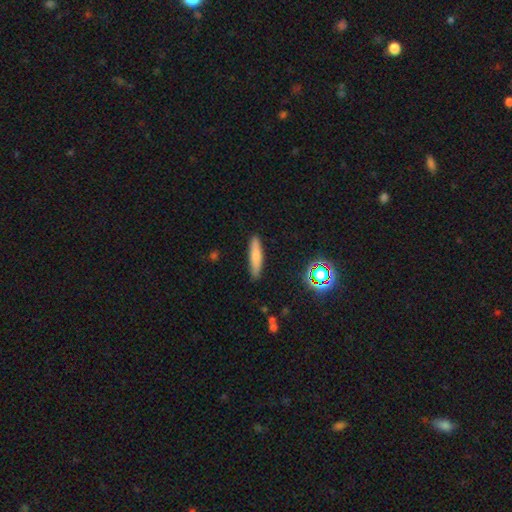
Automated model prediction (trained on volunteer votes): smooth-or-featured: smooth: 74% | featured or disk: 17% | star or artifact: 8%
  how-rounded: cigar-shaped: 83% | in between: 15% | round: 2%
  merging: none: 88% | minor disturbance: 9% | major disturbance: 2% | merger: 1%